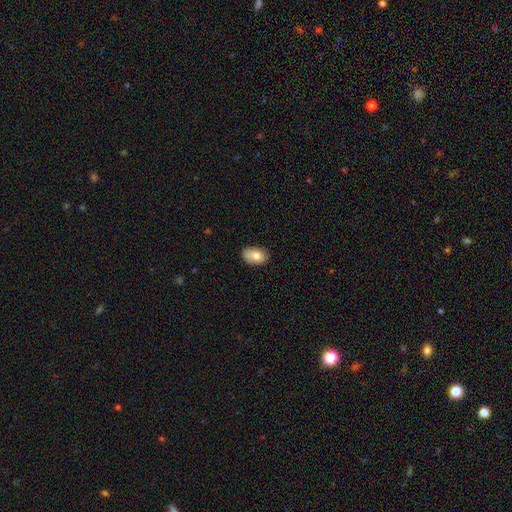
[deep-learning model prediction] Q: Smooth or featured?
A: smooth (81%); runner-up: featured or disk (12%)
Q: How rounded?
A: in between (87%); runner-up: round (11%)
Q: Merging?
A: none (81%); runner-up: minor disturbance (15%)